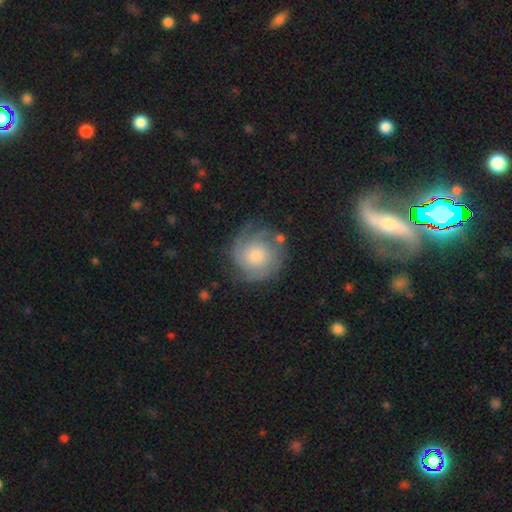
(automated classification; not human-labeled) Smooth or featured? featured or disk (68%)
Edge-on disk? no (98%)
Bar? no (79%)
Spiral arms? yes (92%)
Spiral winding? tight (62%)
Spiral arm count? can't tell (32%)
Bulge size? moderate (50%)
Merging? none (72%)